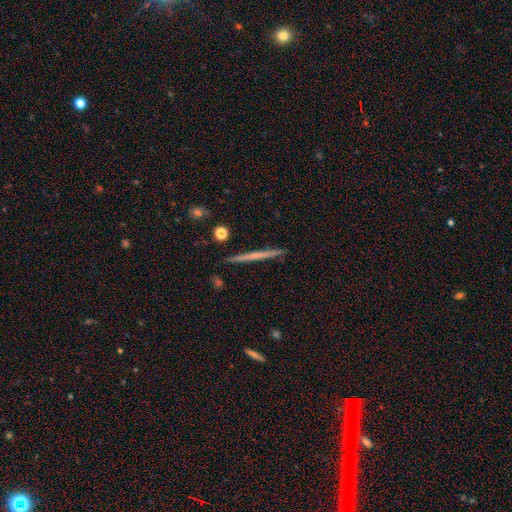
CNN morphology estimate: Smooth or featured?
  - featured or disk: 51% *
  - smooth: 42%
  - star or artifact: 7%
Edge-on disk?
  - yes: 98% *
  - no: 2%
Merging?
  - none: 91% *
  - minor disturbance: 6%
  - merger: 1%
  - major disturbance: 1%